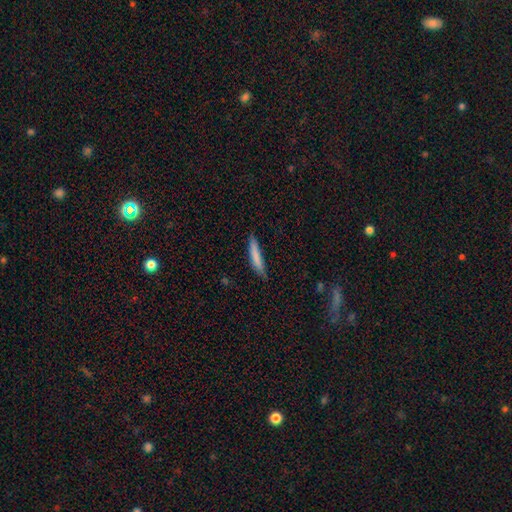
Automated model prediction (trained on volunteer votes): A smooth galaxy with no disk features (78%) that is cigar-shaped (90%). Merging: none (75%).